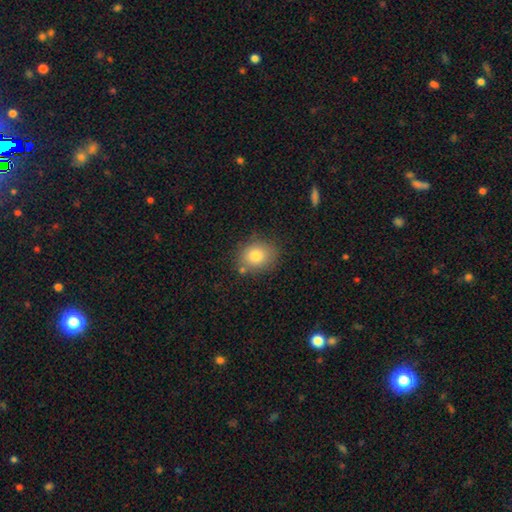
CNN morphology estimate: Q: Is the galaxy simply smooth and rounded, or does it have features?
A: smooth — 81%.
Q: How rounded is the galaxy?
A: round — 57%.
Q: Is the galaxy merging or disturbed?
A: none — 77%.